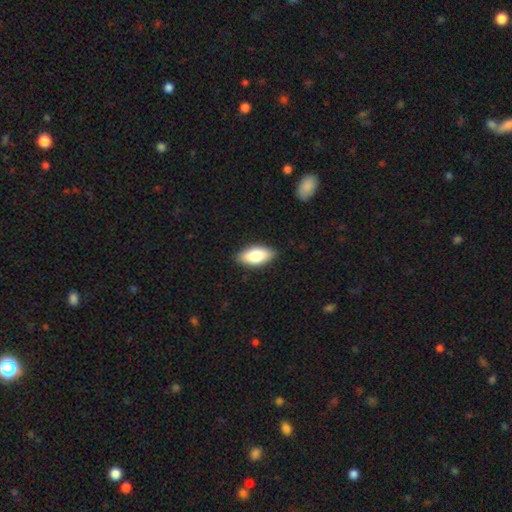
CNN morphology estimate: Smooth or featured? Predicted: smooth (p=0.79). How rounded? Predicted: in between (p=0.89). Merging? Predicted: none (p=0.88).